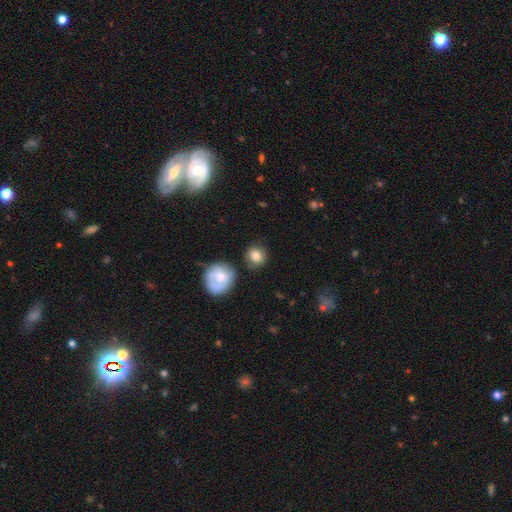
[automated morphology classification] A smooth galaxy with no disk features (82%) that is round (87%).

Vote fractions:
- Smooth or featured? smooth: 82% / featured or disk: 9% / star or artifact: 9%
- How rounded? round: 87% / in between: 12% / cigar-shaped: 1%
- Merging? none: 79% / minor disturbance: 12% / merger: 6% / major disturbance: 3%